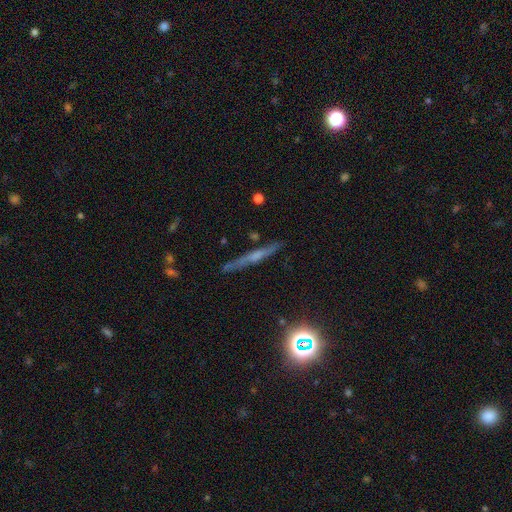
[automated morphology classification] Smooth or featured?
  - featured or disk: 58% *
  - smooth: 29%
  - star or artifact: 13%
Edge-on disk?
  - yes: 94% *
  - no: 6%
Edge-on bulge?
  - rounded: 45% *
  - none: 41%
  - boxy: 14%
Merging?
  - none: 85% *
  - minor disturbance: 11%
  - major disturbance: 2%
  - merger: 2%